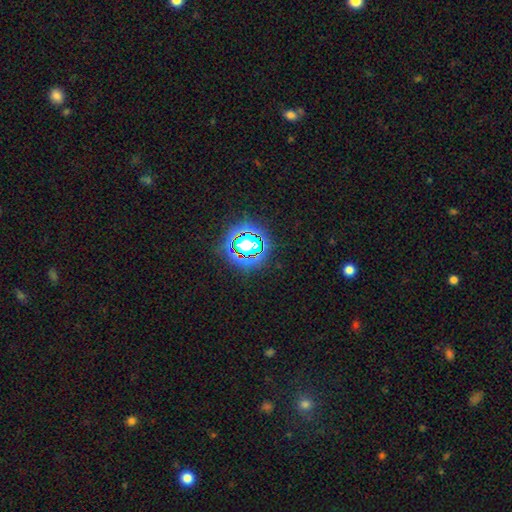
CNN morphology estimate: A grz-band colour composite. It shows a star or artifact, not a galaxy (80%).